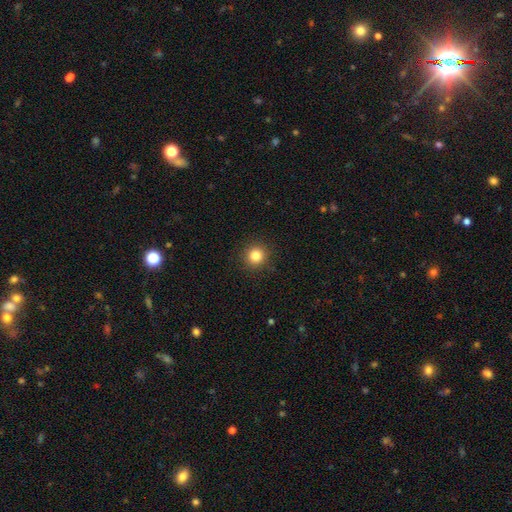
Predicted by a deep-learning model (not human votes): This is clearly a smooth galaxy (83%). How rounded: clearly round (94%). Merging: clearly none (92%).